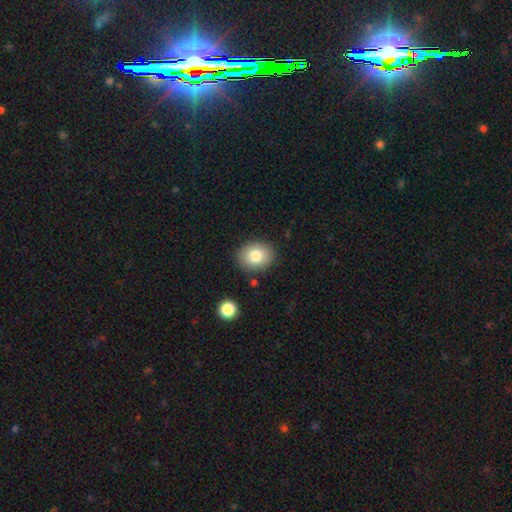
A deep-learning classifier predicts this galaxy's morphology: A smooth galaxy with no disk features (81%) that is round (55%).

Vote fractions:
- Smooth or featured? smooth: 81% / featured or disk: 10% / star or artifact: 9%
- How rounded? round: 55% / in between: 44% / cigar-shaped: 1%
- Merging? none: 85% / minor disturbance: 10% / major disturbance: 3% / merger: 3%